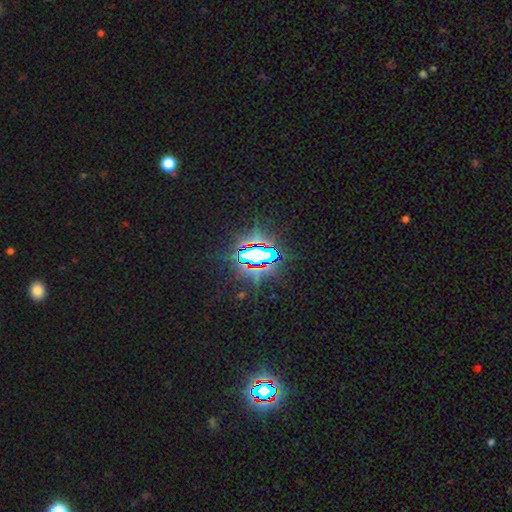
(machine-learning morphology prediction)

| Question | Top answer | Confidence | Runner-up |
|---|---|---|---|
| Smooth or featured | star or artifact | 78% | smooth (11%) |